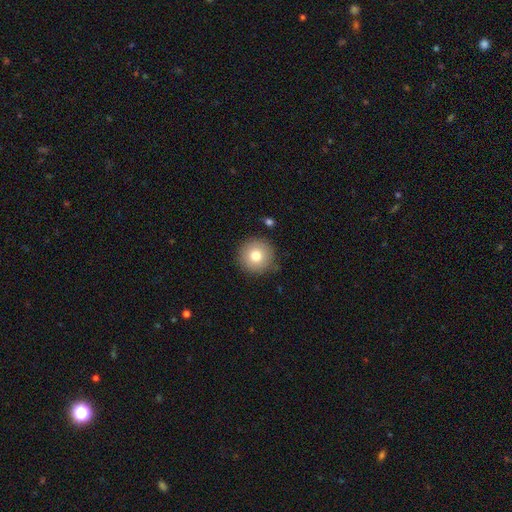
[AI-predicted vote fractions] A smooth galaxy with no disk features (77%) that is round (96%). Merging: none (87%).